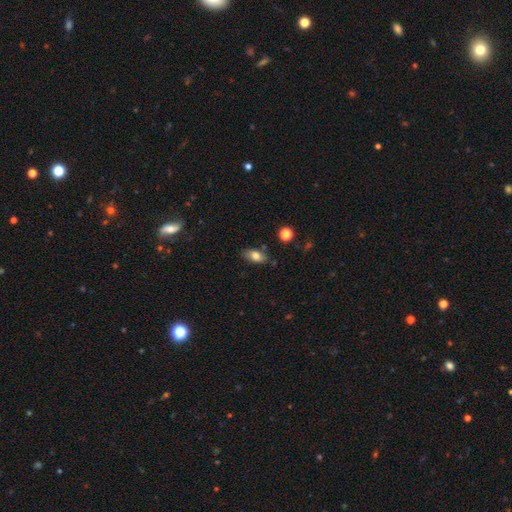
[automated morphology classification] Overall: smooth (77%). How rounded: in between (87%). Merging: none (76%).